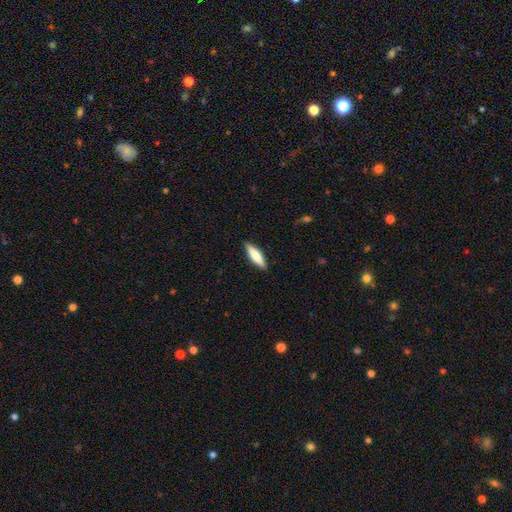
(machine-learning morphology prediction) A smooth galaxy with no disk features (72%) that is cigar-shaped (63%). Merging: none (89%).